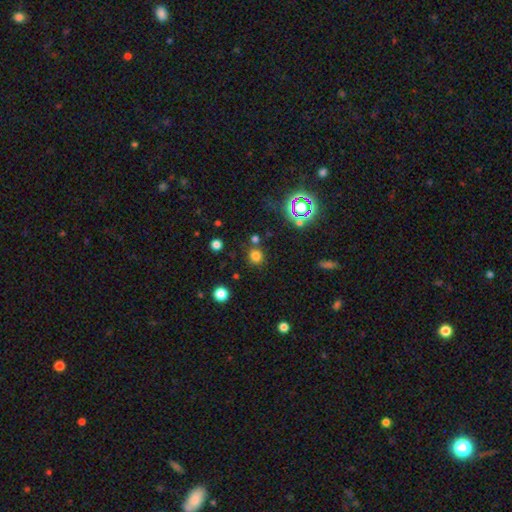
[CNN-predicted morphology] Q: Smooth or featured?
A: smooth (72%); runner-up: star or artifact (22%)
Q: How rounded?
A: round (88%); runner-up: in between (11%)
Q: Merging?
A: none (78%); runner-up: merger (10%)